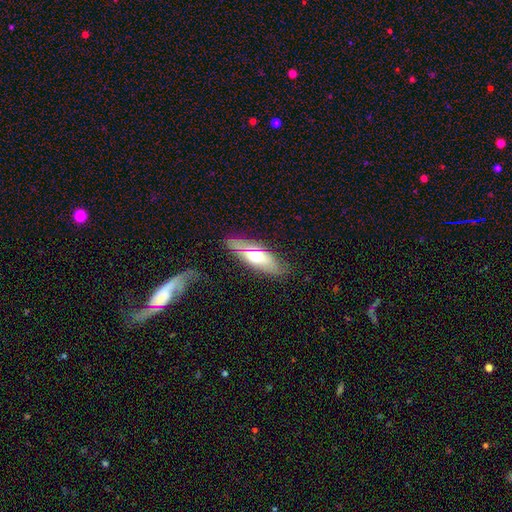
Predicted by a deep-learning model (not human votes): smooth 53%, featured or disk 38%, star or artifact 9%. Down the decision tree: how rounded — in between (63%); merging — none (79%).